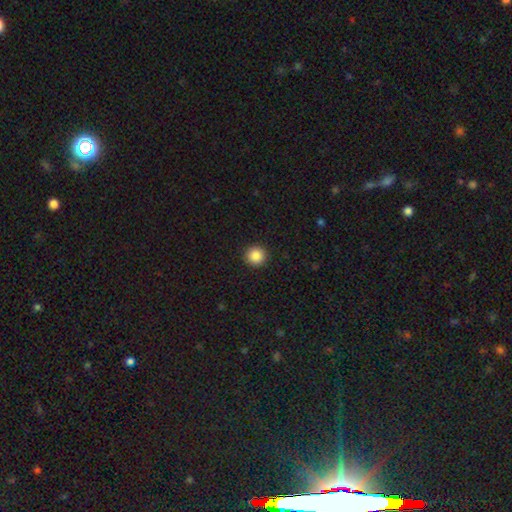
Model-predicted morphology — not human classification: type=smooth (86%); roundness=round (95%); merging=none (93%).